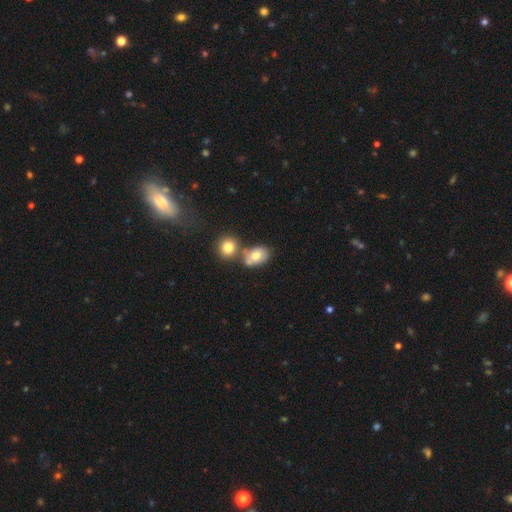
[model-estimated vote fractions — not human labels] Smooth or featured? smooth (72%)
How rounded? in between (72%)
Merging? none (44%)